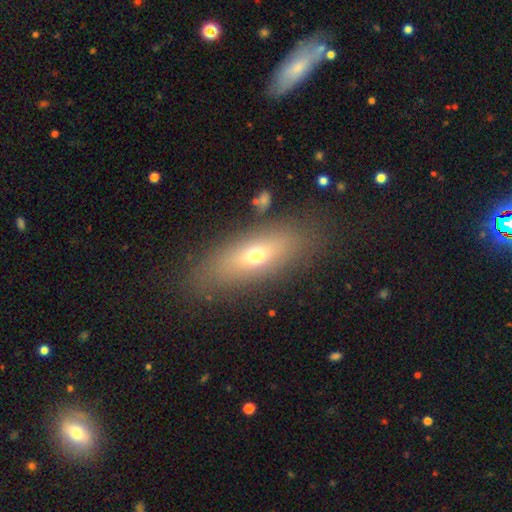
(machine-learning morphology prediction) The model was most divided on "how rounded": in between: 62%, cigar-shaped: 32%, round: 5%. More confident: merging — none (81%); smooth or featured — smooth (61%).